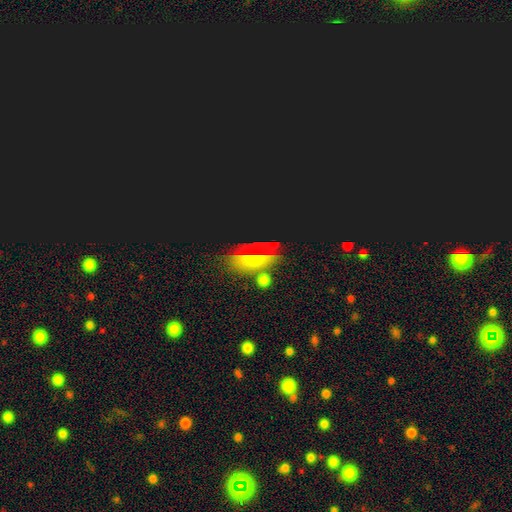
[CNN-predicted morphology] type=smooth (42%); merging=none (74%).